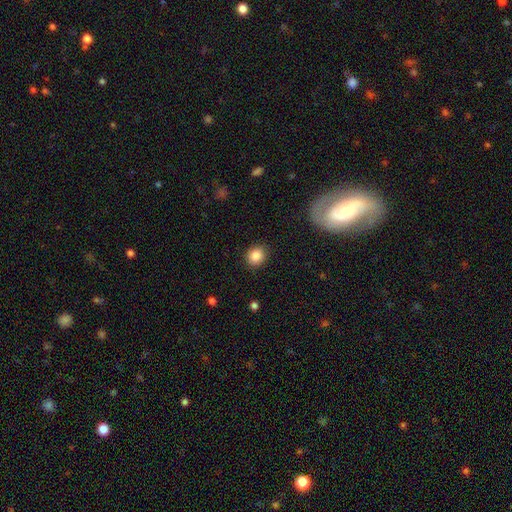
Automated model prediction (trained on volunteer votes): smooth 87%, star or artifact 9%, featured or disk 4%. Down the decision tree: how rounded — round (75%); merging — none (88%).